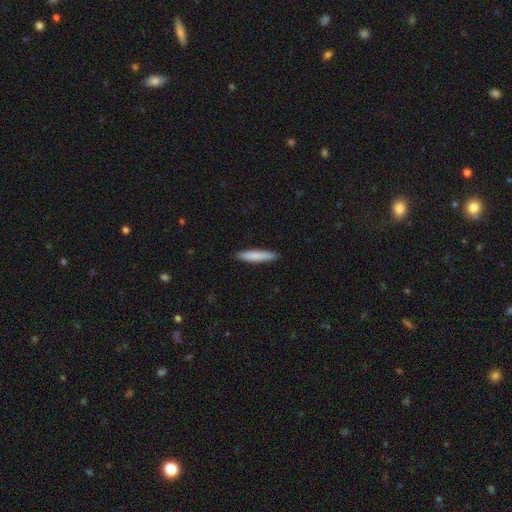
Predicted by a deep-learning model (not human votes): Overall: smooth (83%). How rounded: cigar-shaped (91%). Merging: none (90%).